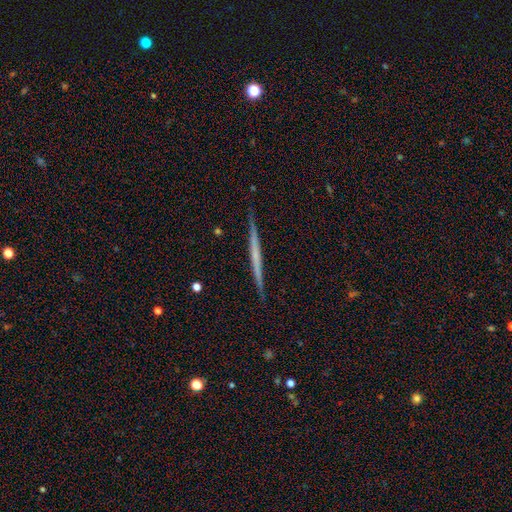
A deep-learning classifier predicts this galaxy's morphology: Overall: featured or disk (60%; smooth 34%). Edge-on disk: yes (98%). Edge-on bulge: none (86%). Merging: none (91%).